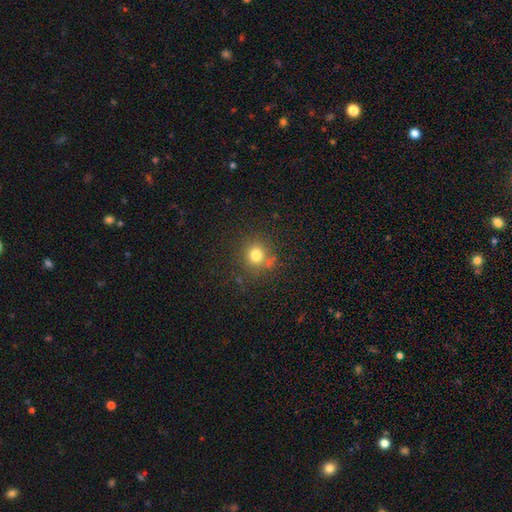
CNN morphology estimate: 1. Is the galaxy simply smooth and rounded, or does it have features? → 78% smooth, 15% star or artifact, 7% featured or disk.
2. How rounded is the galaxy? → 88% round, 11% in between, 1% cigar-shaped.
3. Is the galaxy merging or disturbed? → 76% none, 11% minor disturbance, 9% merger, 4% major disturbance.